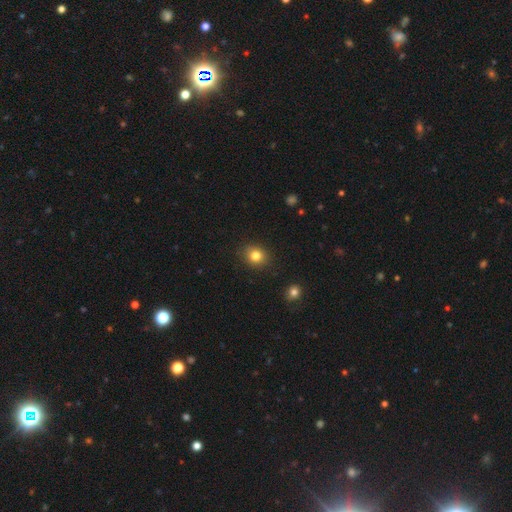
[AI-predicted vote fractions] smooth 82%, star or artifact 11%, featured or disk 6%. Down the decision tree: how rounded — round (72%); merging — none (88%).